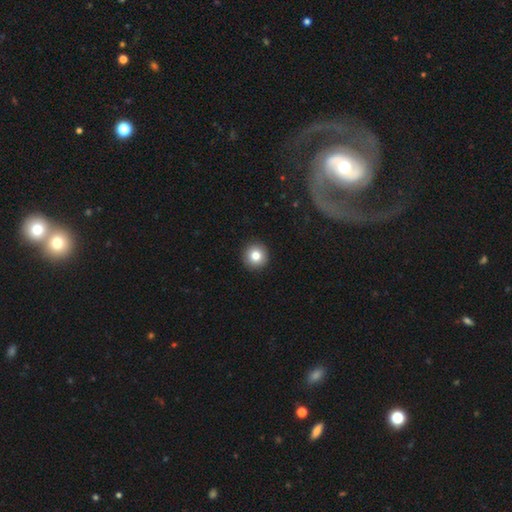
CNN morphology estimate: smooth 81%, star or artifact 10%, featured or disk 9%. Down the decision tree: how rounded — round (95%); merging — none (93%).